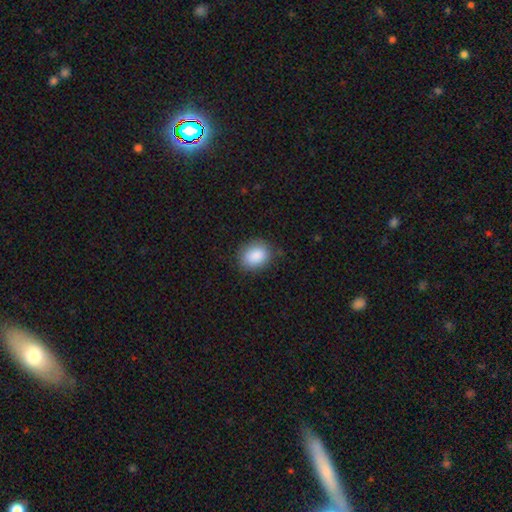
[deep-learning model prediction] Q: Smooth or featured?
A: smooth (88%); runner-up: star or artifact (7%)
Q: How rounded?
A: in between (55%); runner-up: round (44%)
Q: Merging?
A: none (80%); runner-up: minor disturbance (15%)